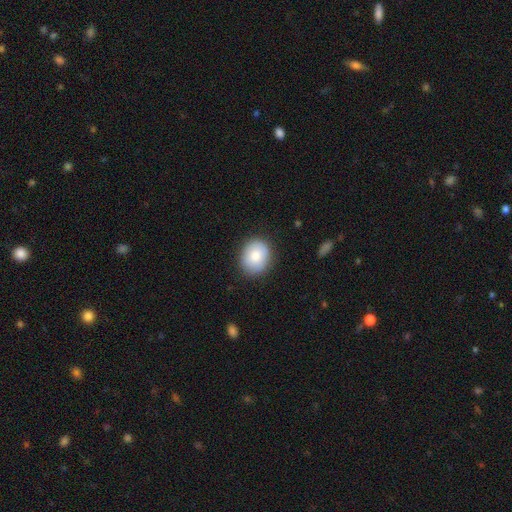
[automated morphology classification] This appears to be a smooth galaxy with no disk features (81%) that is round (57%). Merging: none (86%).